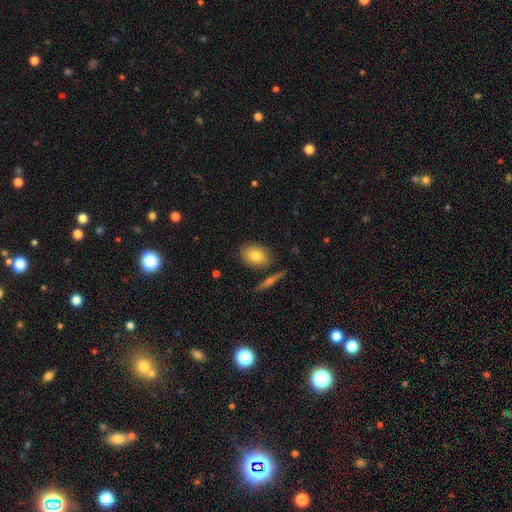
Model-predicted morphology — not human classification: Overall: smooth (78%). How rounded: in between (73%). Merging: none (79%).